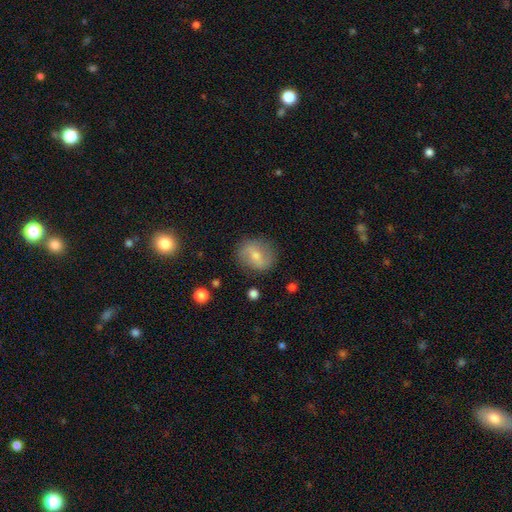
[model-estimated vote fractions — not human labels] smooth 54%, featured or disk 38%, star or artifact 8%. Down the decision tree: how rounded — round (68%); merging — none (81%).